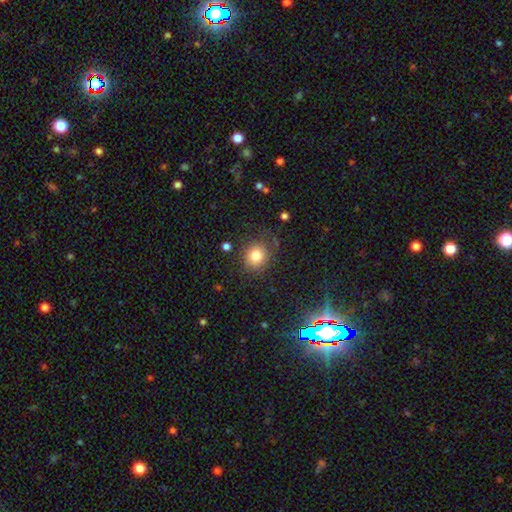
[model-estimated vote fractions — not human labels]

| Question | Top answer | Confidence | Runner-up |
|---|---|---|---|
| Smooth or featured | smooth | 81% | star or artifact (12%) |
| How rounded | round | 83% | in between (16%) |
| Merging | none | 81% | minor disturbance (12%) |